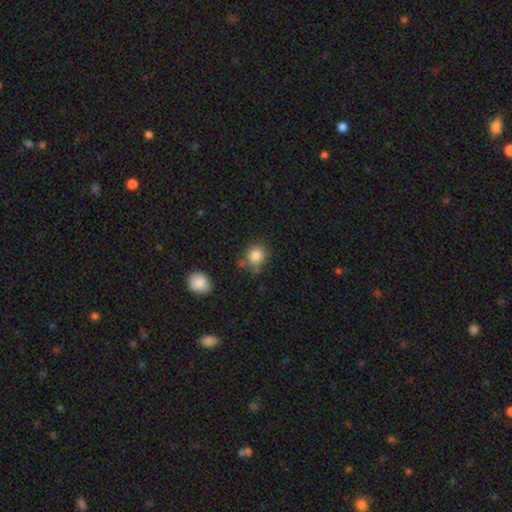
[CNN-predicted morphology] smooth_or_featured: smooth (p=0.85) [alt: star or artifact p=0.10]
how_rounded: round (p=0.80) [alt: in between p=0.19]
merging: none (p=0.70) [alt: minor disturbance p=0.18]